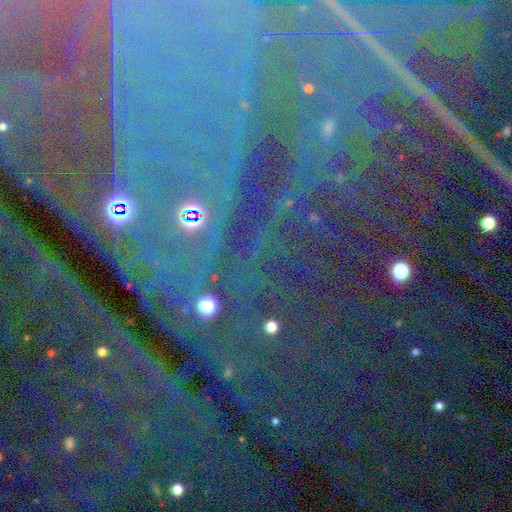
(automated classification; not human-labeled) Smooth or featured: star or artifact — 85% (featured or disk — 8%)